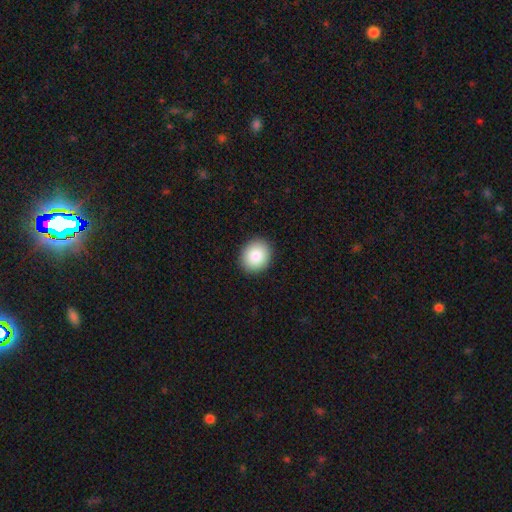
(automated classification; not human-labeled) Smooth or featured? Predicted: smooth (p=0.87). How rounded? Predicted: round (p=0.62). Merging? Predicted: none (p=0.91).